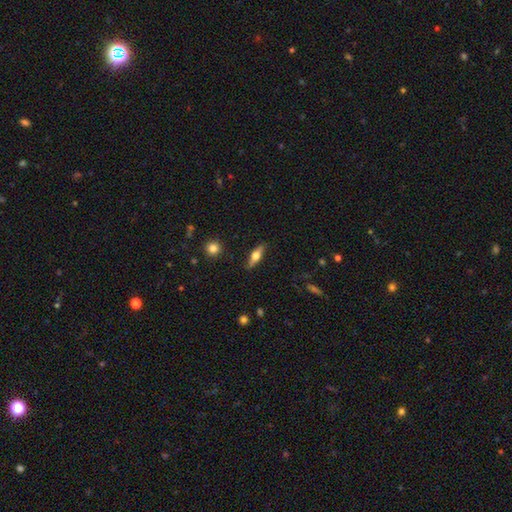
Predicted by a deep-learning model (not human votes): The model was most divided on "smooth or featured": featured or disk: 51%, smooth: 42%, star or artifact: 6%. More confident: edge-on disk — yes (92%); merging — none (85%).